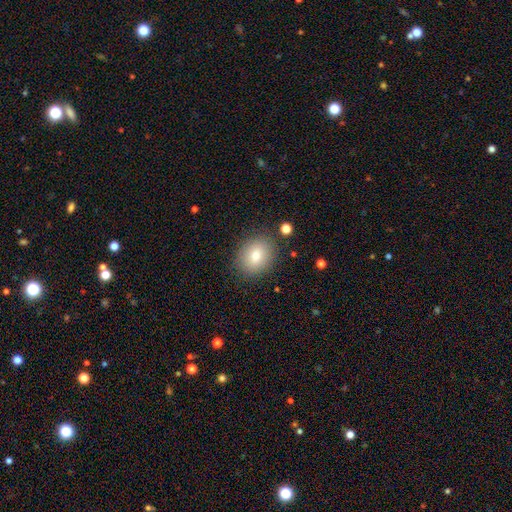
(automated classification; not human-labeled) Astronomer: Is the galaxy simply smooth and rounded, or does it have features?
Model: smooth — 76%.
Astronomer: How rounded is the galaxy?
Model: round — 57% (runner-up: in between, 42%).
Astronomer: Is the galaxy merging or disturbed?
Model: none — 86%.